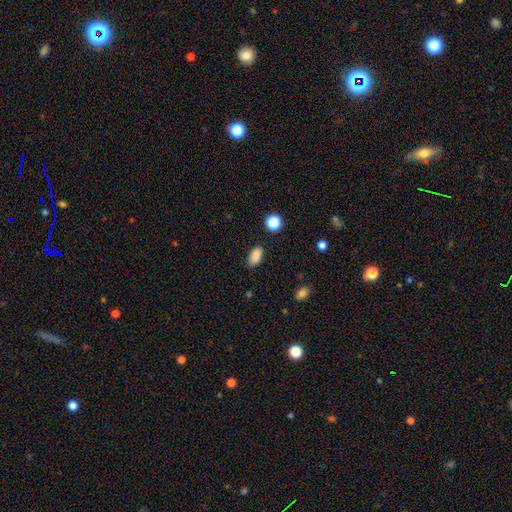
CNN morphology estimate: A smooth galaxy with no disk features (87%) that is in between round and cigar-shaped (91%).

Vote fractions:
- Smooth or featured? smooth: 87% / star or artifact: 9% / featured or disk: 3%
- How rounded? in between: 91% / round: 5% / cigar-shaped: 4%
- Merging? none: 85% / minor disturbance: 11% / major disturbance: 3% / merger: 1%